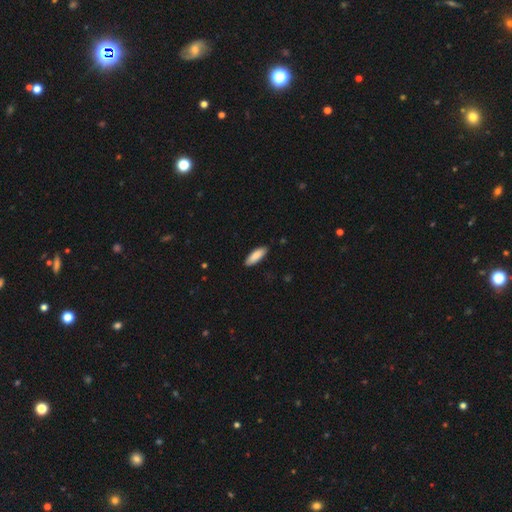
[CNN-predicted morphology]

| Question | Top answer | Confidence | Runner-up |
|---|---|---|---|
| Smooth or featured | smooth | 88% | featured or disk (7%) |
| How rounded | in between | 59% | cigar-shaped (39%) |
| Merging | none | 88% | minor disturbance (9%) |